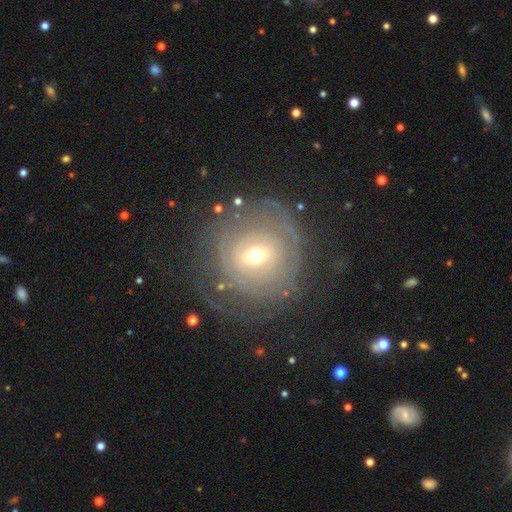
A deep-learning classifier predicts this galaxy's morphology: A featured or disk galaxy (68%) with no bar (48%), spiral arms (69%) and a small central bulge (51%). Merging: none (70%).